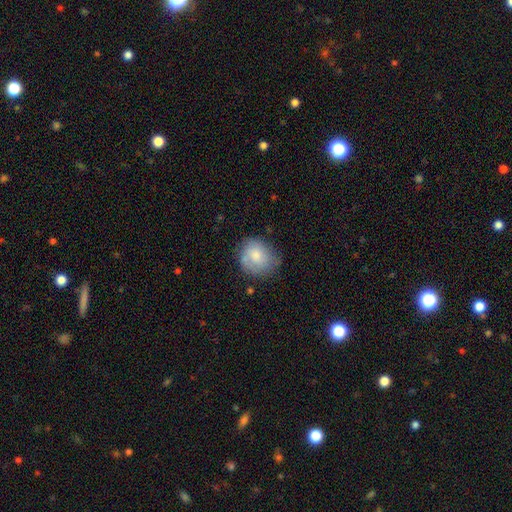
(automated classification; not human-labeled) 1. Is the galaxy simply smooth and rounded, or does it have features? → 72% smooth, 21% featured or disk, 7% star or artifact.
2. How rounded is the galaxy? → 68% round, 32% in between, 1% cigar-shaped.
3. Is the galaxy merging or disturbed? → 62% none, 27% minor disturbance, 8% major disturbance, 3% merger.